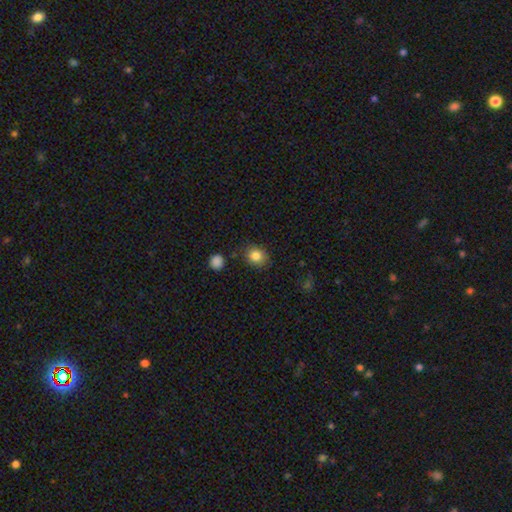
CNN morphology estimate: smooth_or_featured: smooth (p=0.84) [alt: star or artifact p=0.10]
how_rounded: round (p=0.67) [alt: in between p=0.32]
merging: none (p=0.83) [alt: minor disturbance p=0.12]